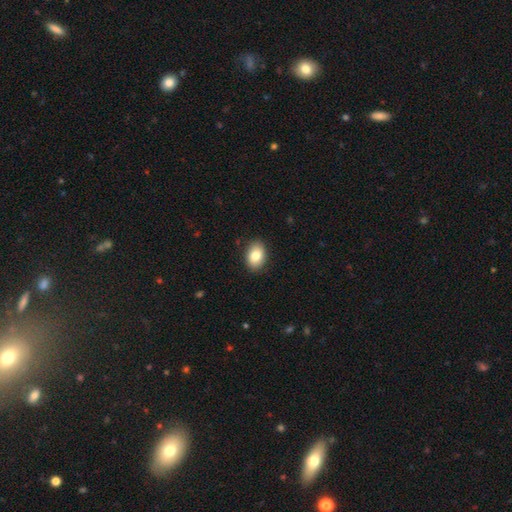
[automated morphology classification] smooth_or_featured: smooth (p=0.84) [alt: featured or disk p=0.09]
how_rounded: in between (p=0.83) [alt: round p=0.16]
merging: none (p=0.88) [alt: minor disturbance p=0.09]